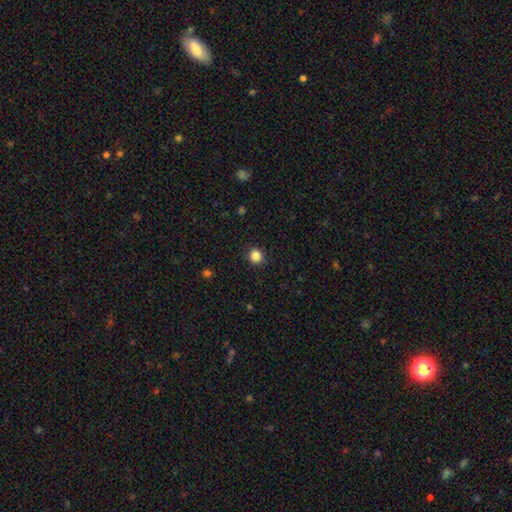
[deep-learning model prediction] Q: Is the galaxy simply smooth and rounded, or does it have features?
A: smooth — 85%.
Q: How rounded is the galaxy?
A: round — 85%.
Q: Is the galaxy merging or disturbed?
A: none — 90%.